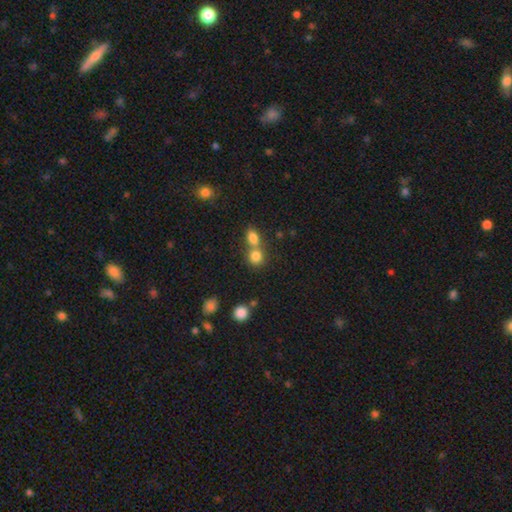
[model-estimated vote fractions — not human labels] smooth_or_featured: smooth (p=0.80) [alt: star or artifact p=0.12]
how_rounded: round (p=0.75) [alt: in between p=0.24]
merging: merger (p=0.49) [alt: none p=0.41]